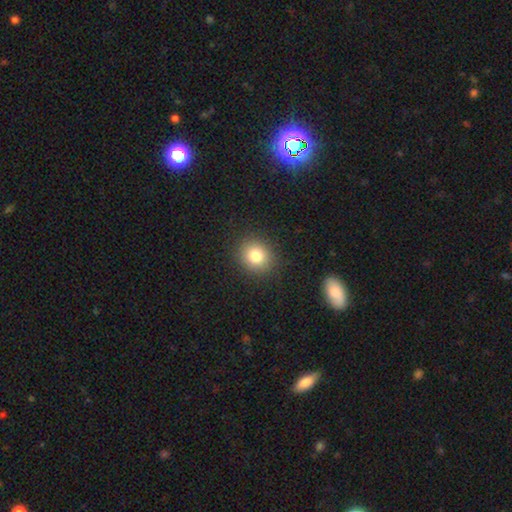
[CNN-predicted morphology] Smooth or featured? Predicted: smooth (p=0.81). How rounded? Predicted: round (p=0.78). Merging? Predicted: none (p=0.89).